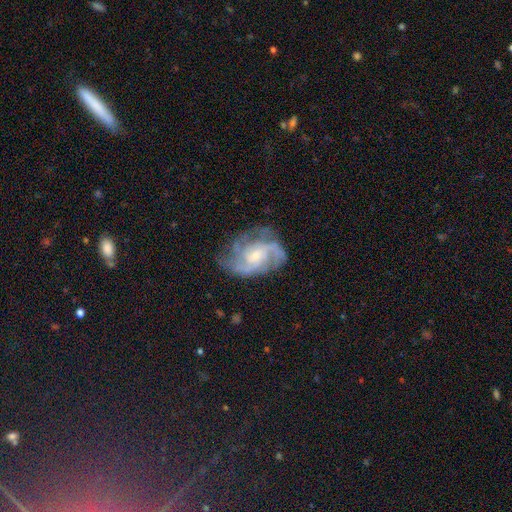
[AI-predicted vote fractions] Smooth or featured? featured or disk (87%)
Edge-on disk? no (98%)
Bar? no (63%)
Spiral arms? yes (97%)
Spiral winding? medium (48%)
Spiral arm count? 3 (41%)
Bulge size? small (58%)
Merging? none (69%)